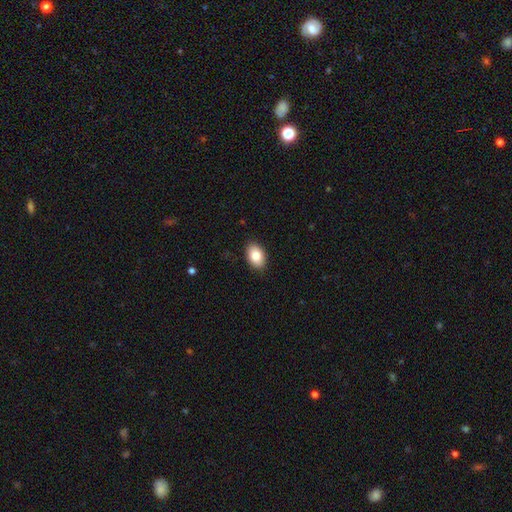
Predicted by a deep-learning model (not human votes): Smooth or featured? smooth (84%)
How rounded? in between (90%)
Merging? none (89%)